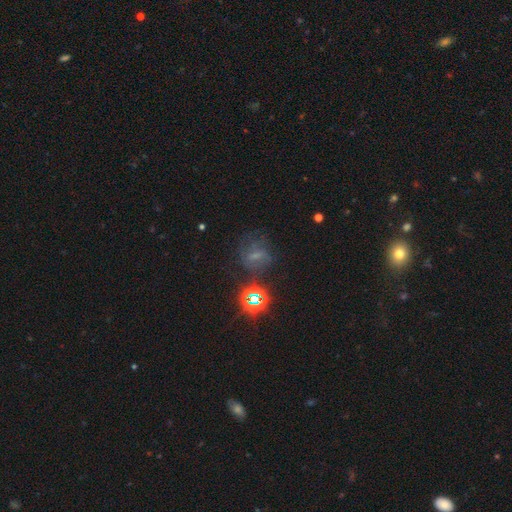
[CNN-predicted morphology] Smooth or featured: star or artifact — 40% (smooth — 31%)